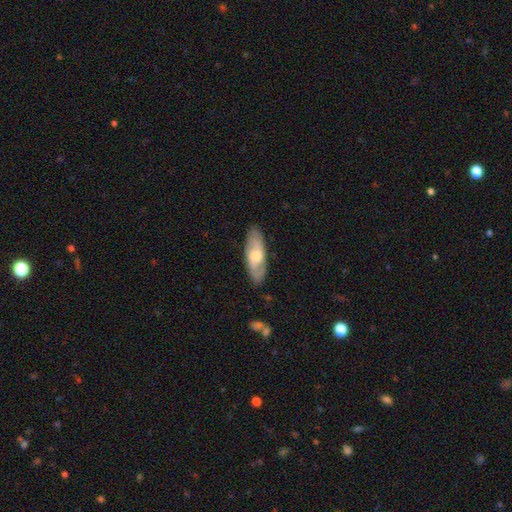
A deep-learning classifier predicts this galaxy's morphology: Overall: featured or disk (53%; smooth 42%). Edge-on disk: no (75%). Merging: none (82%).